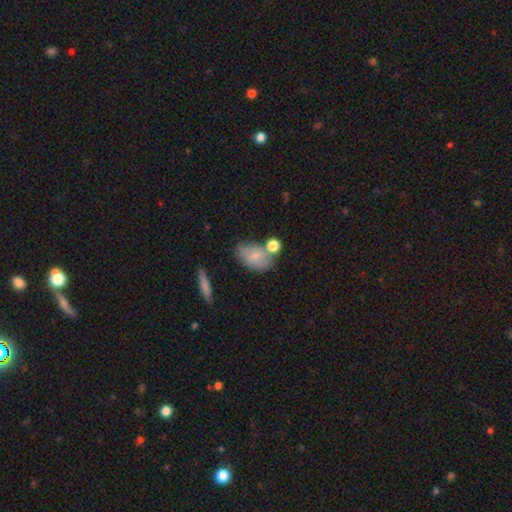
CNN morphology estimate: Smooth or featured?
  - smooth: 71% *
  - featured or disk: 20%
  - star or artifact: 9%
How rounded?
  - in between: 80% *
  - round: 18%
  - cigar-shaped: 2%
Merging?
  - none: 49% *
  - merger: 23%
  - minor disturbance: 20%
  - major disturbance: 7%